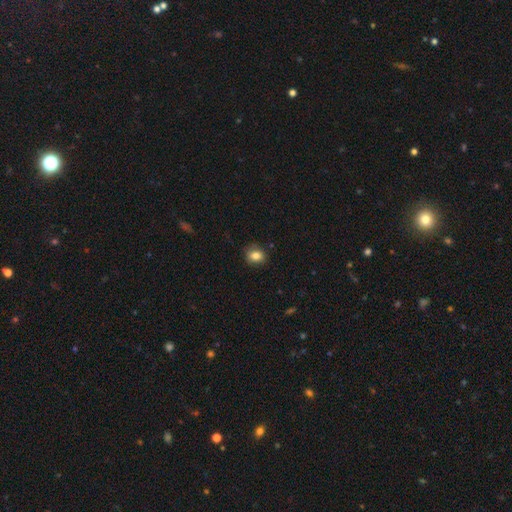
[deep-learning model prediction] This appears to be a smooth galaxy with no disk features (83%) that is round (56%). Merging: none (79%).